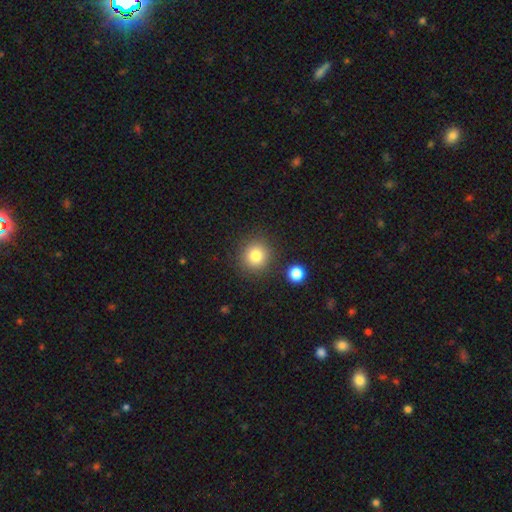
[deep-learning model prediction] smooth_or_featured: smooth (p=0.81) [alt: star or artifact p=0.11]
how_rounded: round (p=0.92) [alt: in between p=0.07]
merging: none (p=0.84) [alt: minor disturbance p=0.07]